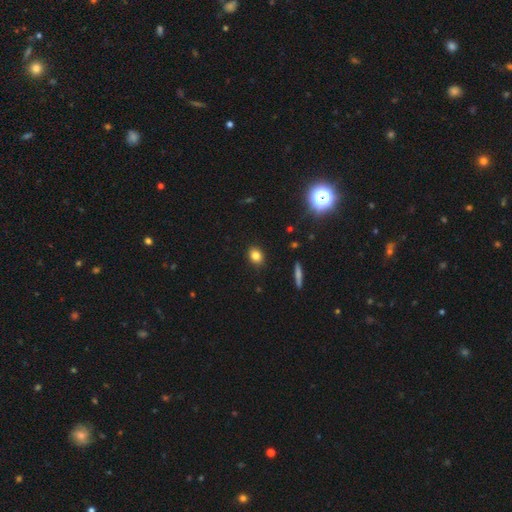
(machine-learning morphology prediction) smooth 82%, star or artifact 11%, featured or disk 7%. Down the decision tree: how rounded — in between (53%); merging — none (89%).